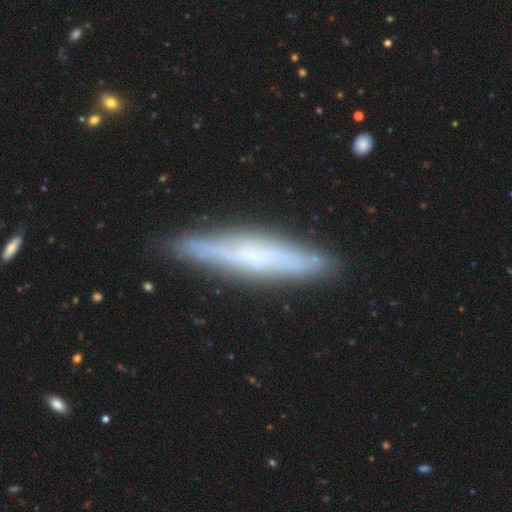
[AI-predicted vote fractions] featured or disk 57%, smooth 35%, star or artifact 8%. Down the decision tree: edge-on disk — yes (87%); edge-on bulge — none (56%); merging — none (84%).